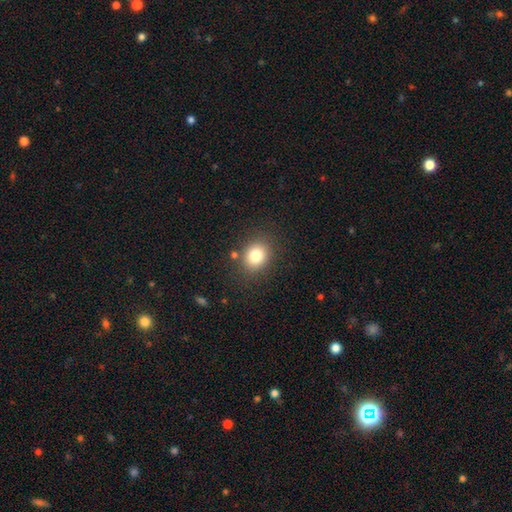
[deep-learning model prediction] smooth-or-featured: smooth: 80% | star or artifact: 12% | featured or disk: 8%
  how-rounded: round: 62% | in between: 37% | cigar-shaped: 1%
  merging: none: 83% | minor disturbance: 10% | merger: 4% | major disturbance: 4%